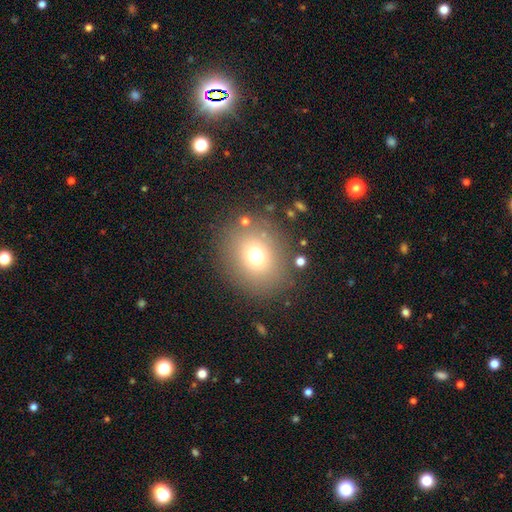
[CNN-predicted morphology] A smooth galaxy with no disk features (70%) that is round (76%).

Vote fractions:
- Smooth or featured? smooth: 70% / star or artifact: 19% / featured or disk: 12%
- How rounded? round: 76% / in between: 23% / cigar-shaped: 1%
- Merging? none: 83% / minor disturbance: 8% / major disturbance: 5% / merger: 4%